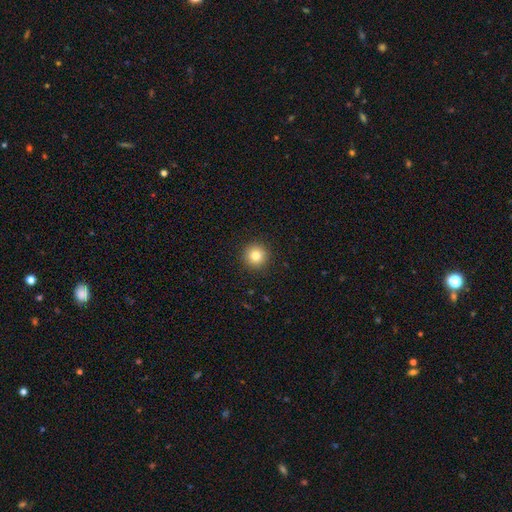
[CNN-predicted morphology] type=smooth (81%); roundness=round (96%); merging=none (93%).